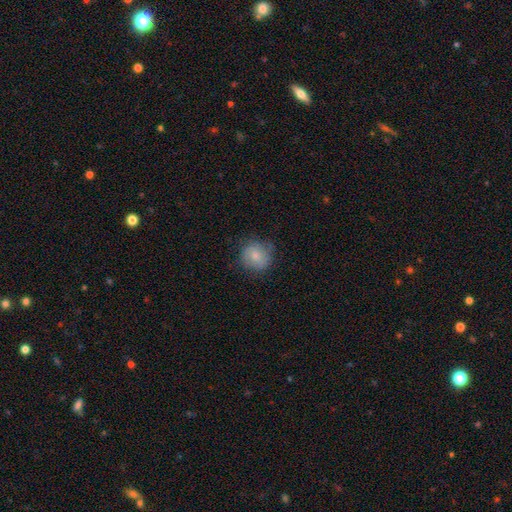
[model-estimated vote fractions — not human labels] This appears to be a smooth galaxy with no disk features (80%) that is round (88%). Merging: none (75%).